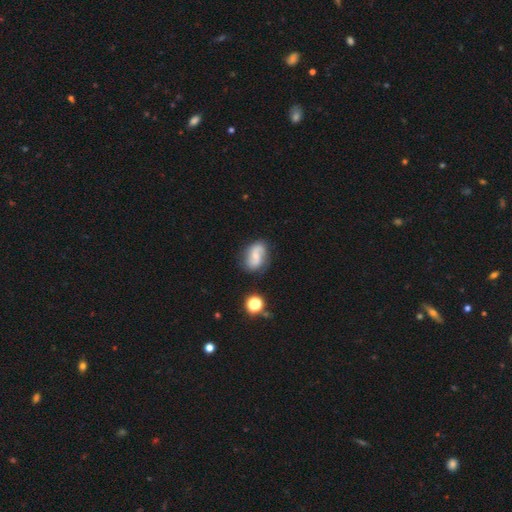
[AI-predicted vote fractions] A featured or disk galaxy (60%) with no bar (46%), 2 (83%) loose (50%) spiral arms (89%) and a small central bulge (53%).

Vote fractions:
- Smooth or featured? featured or disk: 60% / smooth: 31% / star or artifact: 9%
- Edge-on disk? no: 97% / yes: 3%
- Bar? no: 46% / weak: 41% / strong: 13%
- Spiral arms? yes: 89% / no: 11%
- Spiral winding? loose: 50% / medium: 35% / tight: 15%
- Spiral arm count? 2: 83% / can't tell: 8% / 1: 6% / 3: 1% / 4: 1% / more than 4: 1%
- Bulge size? small: 53% / moderate: 26% / none: 16% / large: 3% / dominant: 1%
- Merging? none: 69% / minor disturbance: 19% / major disturbance: 7% / merger: 5%